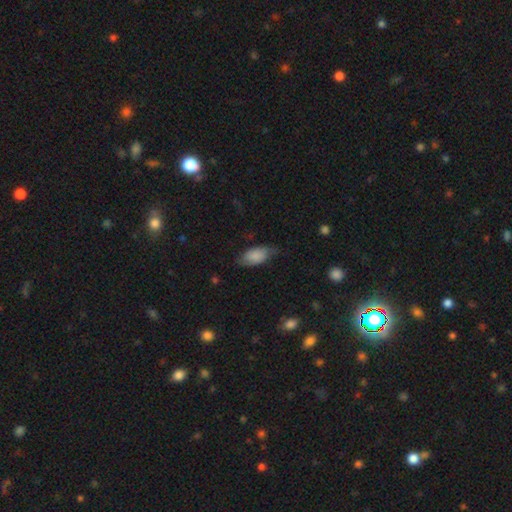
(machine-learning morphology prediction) Smooth or featured: smooth — 81% (featured or disk — 12%)
How rounded: in between — 92% (cigar-shaped — 5%)
Merging: none — 61% (minor disturbance — 29%)